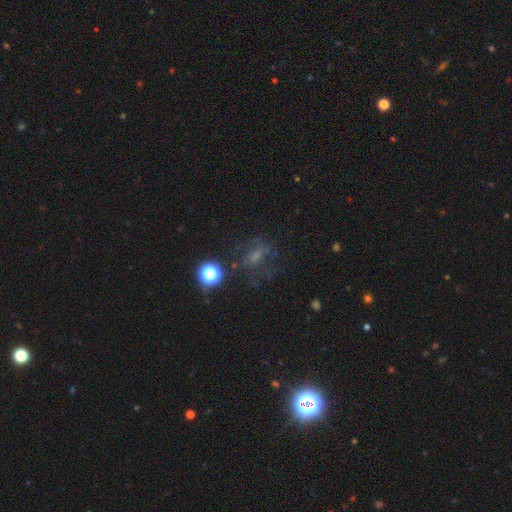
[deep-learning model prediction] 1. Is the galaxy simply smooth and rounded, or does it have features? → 35% smooth, 33% featured or disk, 31% star or artifact.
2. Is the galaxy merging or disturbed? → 57% none, 20% major disturbance, 19% minor disturbance, 4% merger.